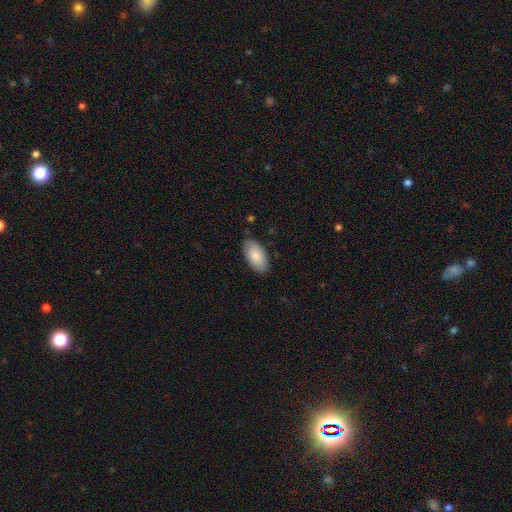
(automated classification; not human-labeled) smooth_or_featured: smooth (p=0.84) [alt: featured or disk p=0.10]
how_rounded: in between (p=0.95) [alt: round p=0.02]
merging: none (p=0.83) [alt: minor disturbance p=0.13]